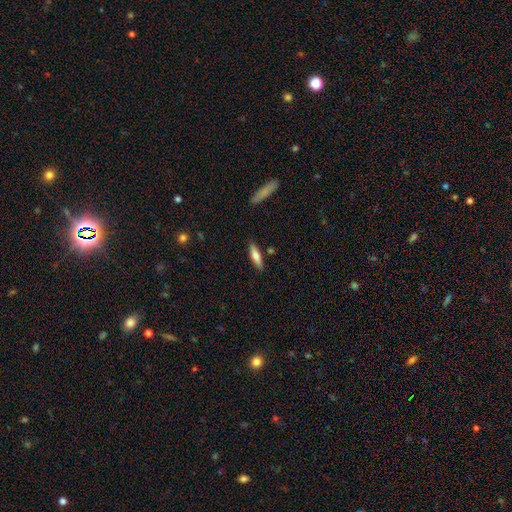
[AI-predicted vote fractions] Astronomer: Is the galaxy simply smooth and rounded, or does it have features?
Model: smooth — 71%.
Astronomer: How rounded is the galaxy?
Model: cigar-shaped — 64%.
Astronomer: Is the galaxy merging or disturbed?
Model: none — 84%.